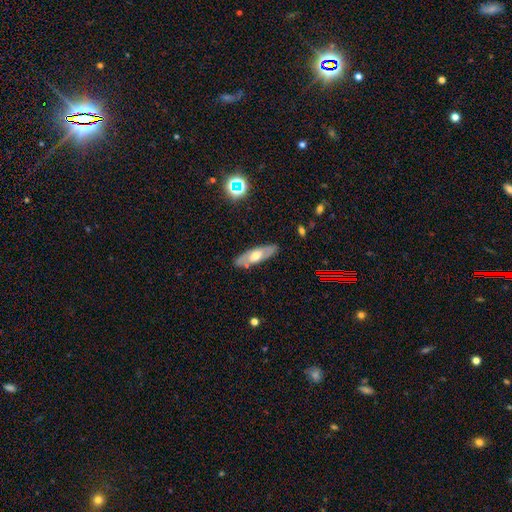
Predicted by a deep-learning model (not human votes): The model was most divided on "smooth or featured": featured or disk: 53%, smooth: 41%, star or artifact: 6%. More confident: merging — none (84%); edge-on disk — no (66%).